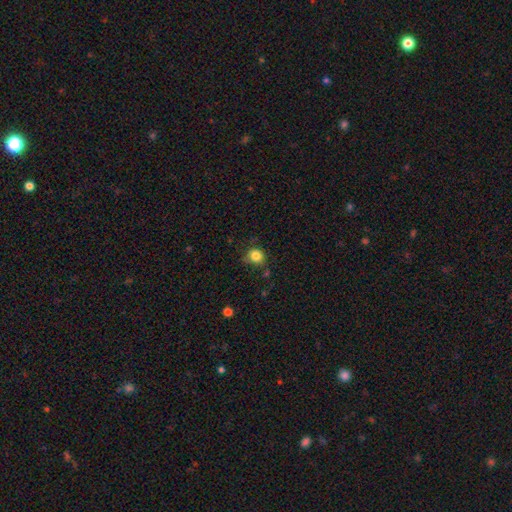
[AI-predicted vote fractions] The model was most divided on "merging": none: 70%, minor disturbance: 21%, major disturbance: 5%, merger: 3%. More confident: smooth or featured — smooth (83%); how rounded — round (79%).